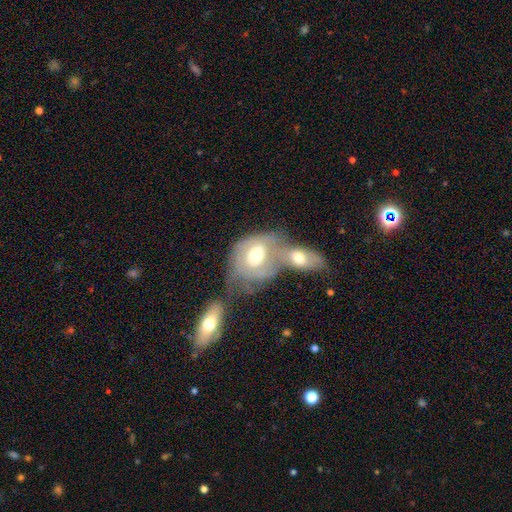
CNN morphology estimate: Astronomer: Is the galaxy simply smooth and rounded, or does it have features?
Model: featured or disk — 49% (runner-up: smooth, 44%).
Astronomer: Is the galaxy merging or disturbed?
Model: merger — 68%.